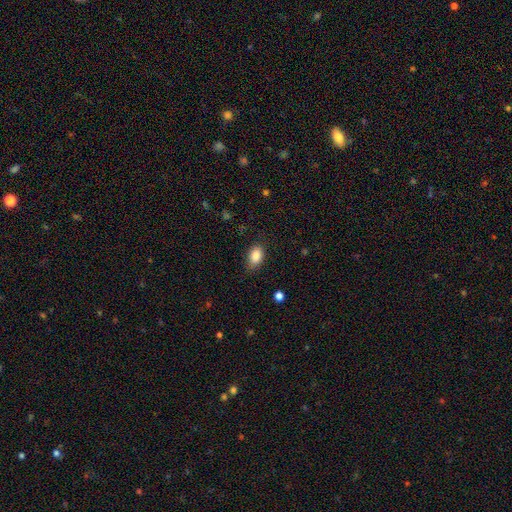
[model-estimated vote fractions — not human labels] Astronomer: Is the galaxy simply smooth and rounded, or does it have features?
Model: smooth — 87%.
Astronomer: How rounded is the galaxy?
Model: in between — 87%.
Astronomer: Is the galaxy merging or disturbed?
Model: none — 78%.